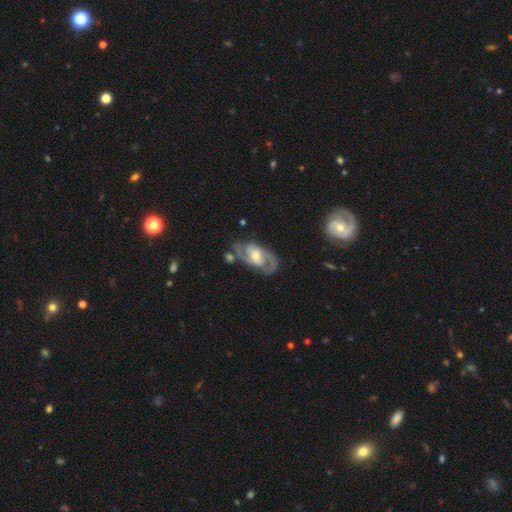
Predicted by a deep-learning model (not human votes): A featured or disk galaxy (83%) with a weak bar (48%), 2 (85%) medium (54%) spiral arms (93%) and a moderate central bulge (56%). Merging: none (67%).